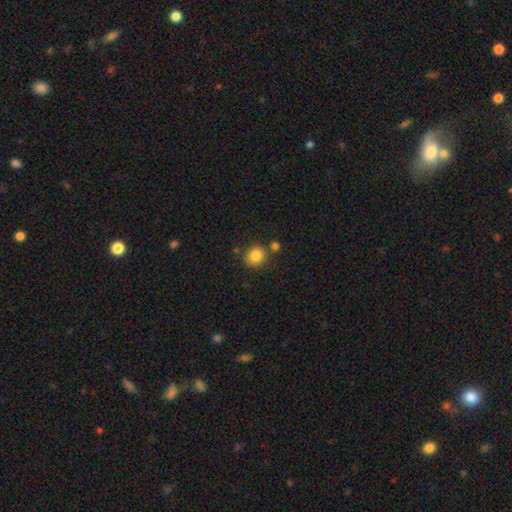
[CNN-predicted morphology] Overall: smooth (84%). How rounded: round (85%). Merging: none (77%).